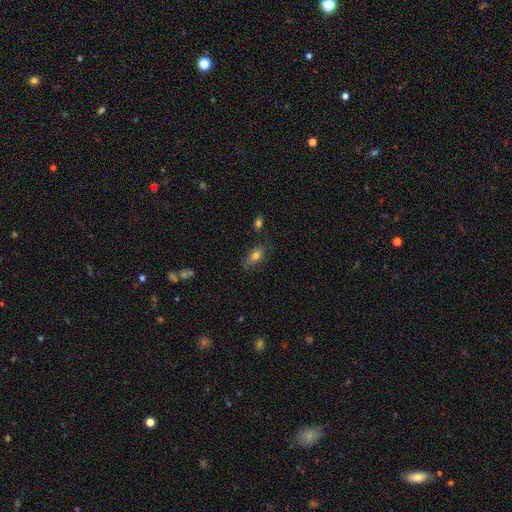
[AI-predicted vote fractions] smooth-or-featured: smooth: 74% | featured or disk: 16% | star or artifact: 9%
  how-rounded: in between: 85% | round: 9% | cigar-shaped: 7%
  merging: none: 67% | minor disturbance: 22% | major disturbance: 7% | merger: 4%